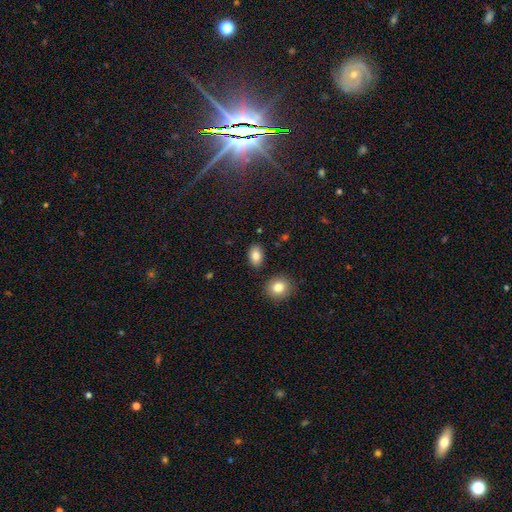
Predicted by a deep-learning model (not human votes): smooth_or_featured: smooth (p=0.84) [alt: star or artifact p=0.08]
how_rounded: in between (p=0.85) [alt: round p=0.14]
merging: none (p=0.85) [alt: minor disturbance p=0.09]